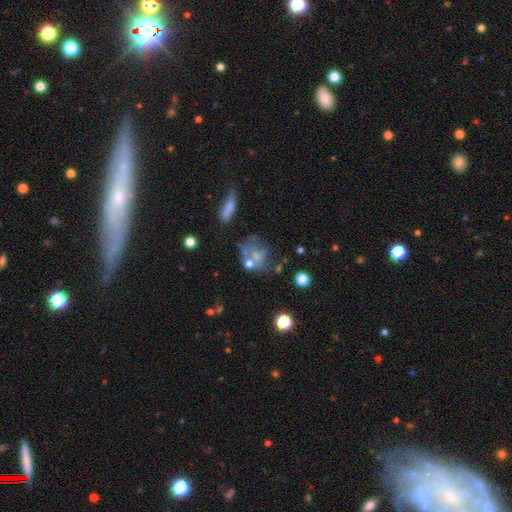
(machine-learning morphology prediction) smooth 46%, featured or disk 38%, star or artifact 16%. Down the decision tree: merging — none (36%).